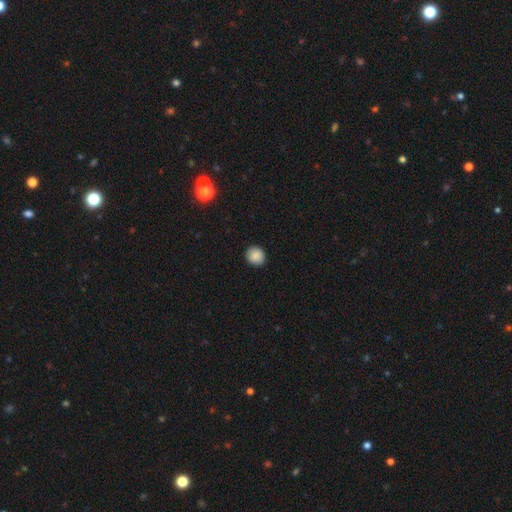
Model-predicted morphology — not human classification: Smooth or featured? Predicted: smooth (p=0.88). How rounded? Predicted: round (p=0.84). Merging? Predicted: none (p=0.90).